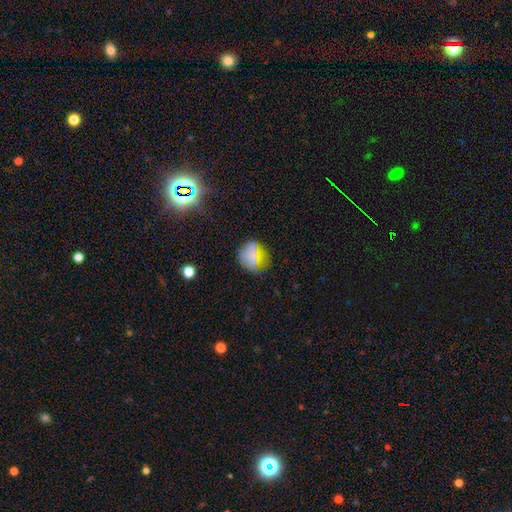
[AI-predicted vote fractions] The model was most divided on "smooth or featured": smooth: 67%, star or artifact: 22%, featured or disk: 10%. More confident: merging — none (79%); how rounded — round (76%).